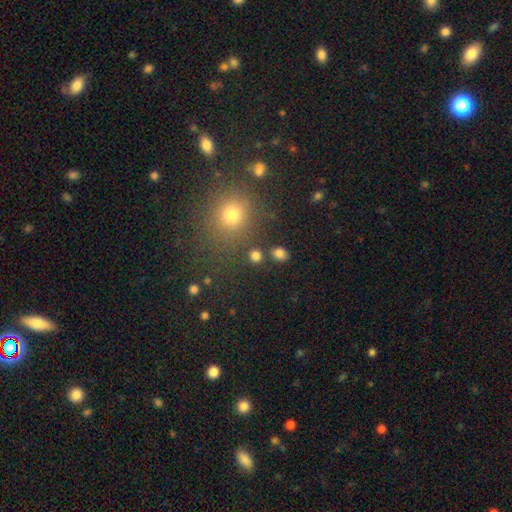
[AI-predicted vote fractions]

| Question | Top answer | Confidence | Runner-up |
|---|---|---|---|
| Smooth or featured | smooth | 81% | star or artifact (14%) |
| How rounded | round | 79% | in between (19%) |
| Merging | none | 83% | merger (7%) |